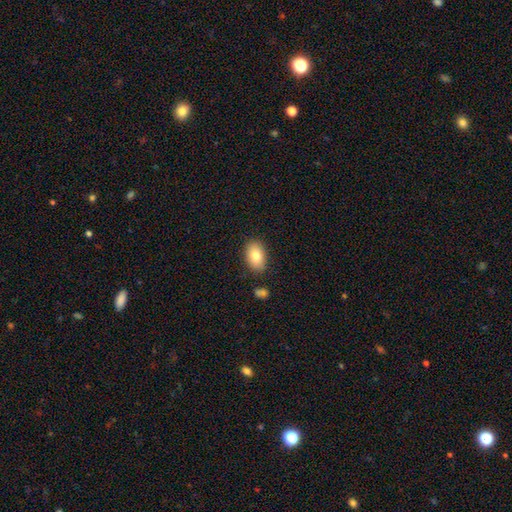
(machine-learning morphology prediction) Smooth or featured: smooth — 80% (featured or disk — 12%)
How rounded: in between — 87% (round — 12%)
Merging: none — 84% (minor disturbance — 11%)